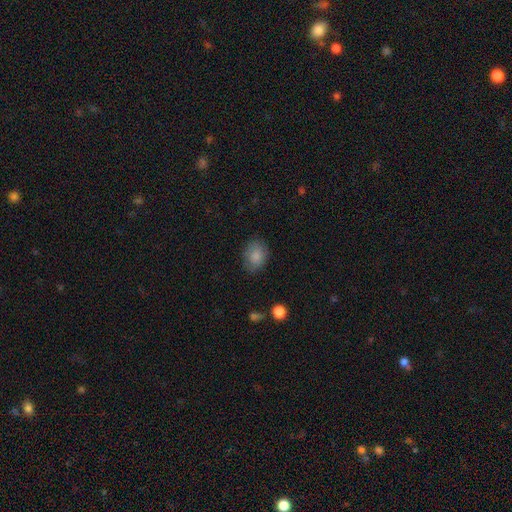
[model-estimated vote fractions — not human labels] This is clearly a smooth galaxy (85%). How rounded: likely in between (61%). Merging: likely none (77%).